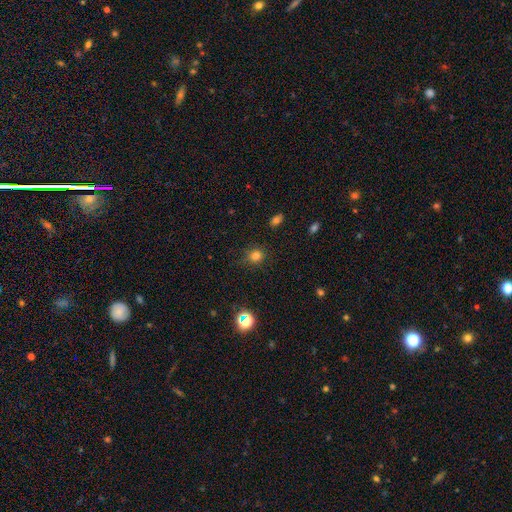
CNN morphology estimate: Overall: smooth (80%). How rounded: round (82%). Merging: none (82%).